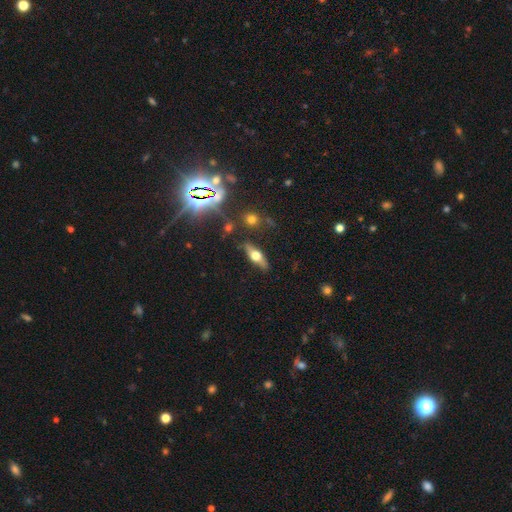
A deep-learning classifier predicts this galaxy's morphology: Overall: featured or disk (48%; smooth 42%). Merging: none (82%).